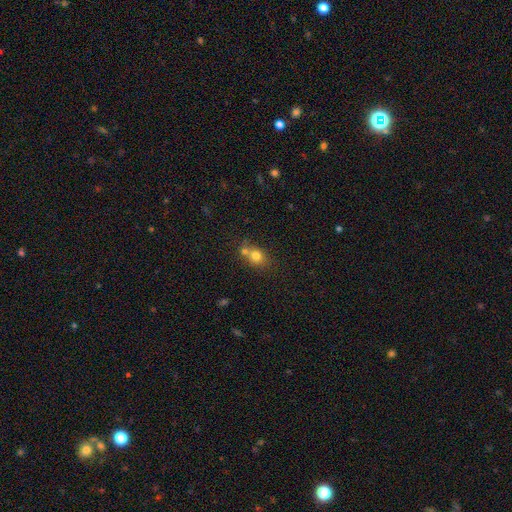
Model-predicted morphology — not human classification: smooth-or-featured: smooth: 76% | star or artifact: 12% | featured or disk: 11%
  how-rounded: round: 63% | in between: 35% | cigar-shaped: 1%
  merging: none: 46% | merger: 39% | minor disturbance: 11% | major disturbance: 4%